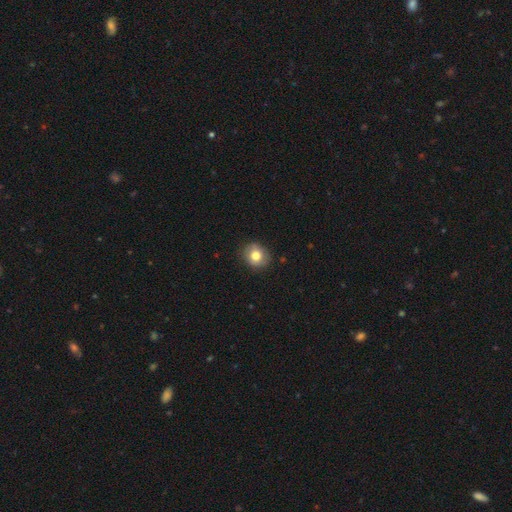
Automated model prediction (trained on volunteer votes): Smooth or featured? Predicted: smooth (p=0.79). How rounded? Predicted: round (p=0.77). Merging? Predicted: none (p=0.85).